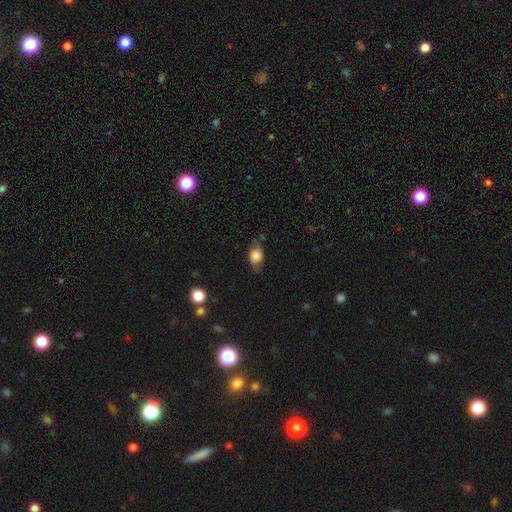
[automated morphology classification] Overall: smooth (82%). How rounded: in between (74%). Merging: none (68%).